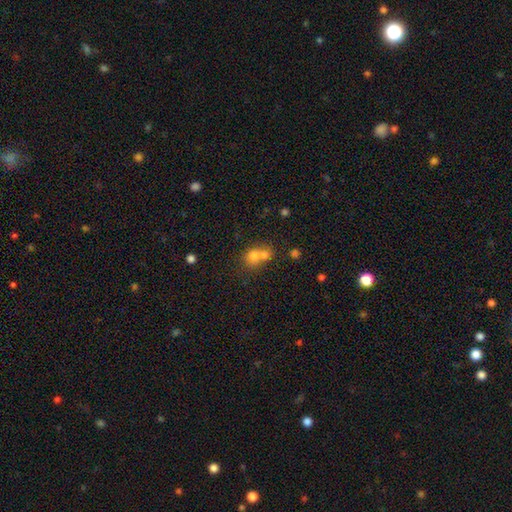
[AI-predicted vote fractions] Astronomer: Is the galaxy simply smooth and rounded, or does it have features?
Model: smooth — 74%.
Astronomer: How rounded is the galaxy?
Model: round — 73%.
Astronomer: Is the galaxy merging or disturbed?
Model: merger — 61%.